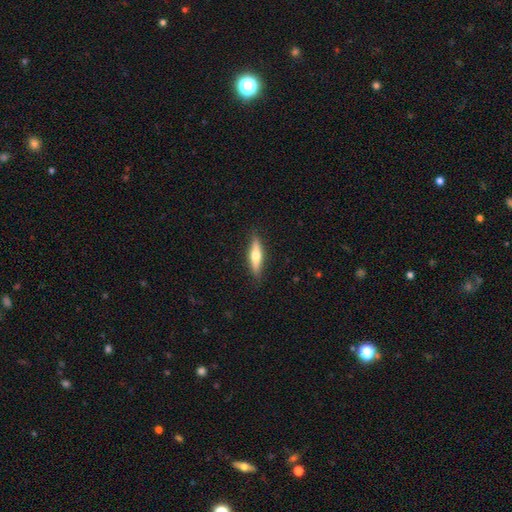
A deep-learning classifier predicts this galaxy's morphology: smooth_or_featured: smooth (p=0.52) [alt: featured or disk p=0.42]
how_rounded: cigar-shaped (p=0.71) [alt: in between p=0.27]
merging: none (p=0.88) [alt: minor disturbance p=0.09]